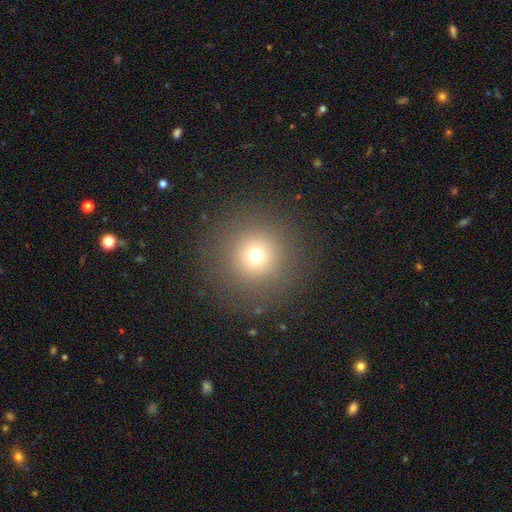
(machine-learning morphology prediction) The model was most divided on "smooth or featured": smooth: 71%, star or artifact: 19%, featured or disk: 10%. More confident: how rounded — round (96%); merging — none (88%).